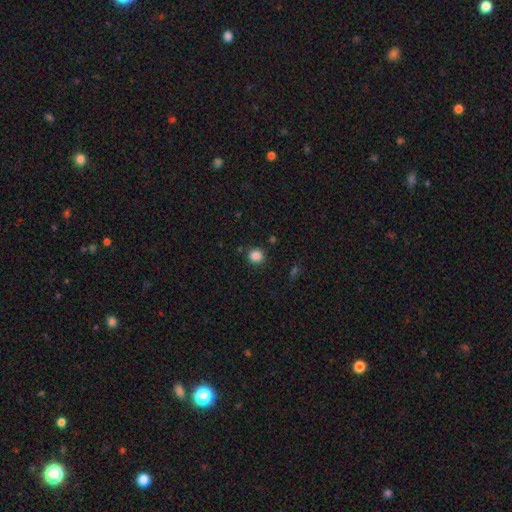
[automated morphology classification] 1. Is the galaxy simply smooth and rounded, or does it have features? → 86% smooth, 11% star or artifact, 3% featured or disk.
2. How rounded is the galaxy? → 84% round, 15% in between, 1% cigar-shaped.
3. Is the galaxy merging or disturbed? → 87% none, 8% minor disturbance, 3% major disturbance, 2% merger.